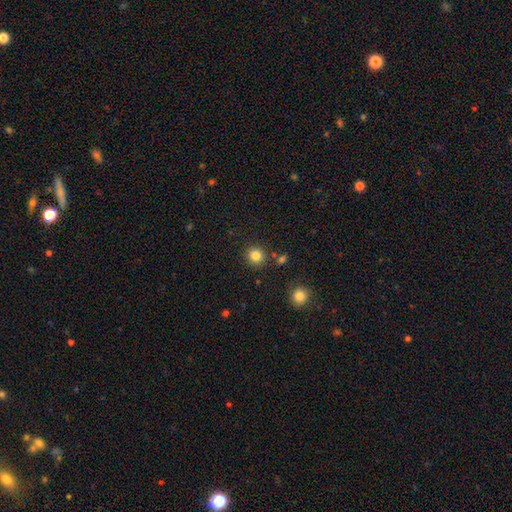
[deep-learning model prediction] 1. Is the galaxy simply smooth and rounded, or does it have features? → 83% smooth, 12% star or artifact, 5% featured or disk.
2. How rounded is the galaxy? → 90% round, 9% in between, 1% cigar-shaped.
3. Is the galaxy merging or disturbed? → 87% none, 7% minor disturbance, 4% merger, 2% major disturbance.